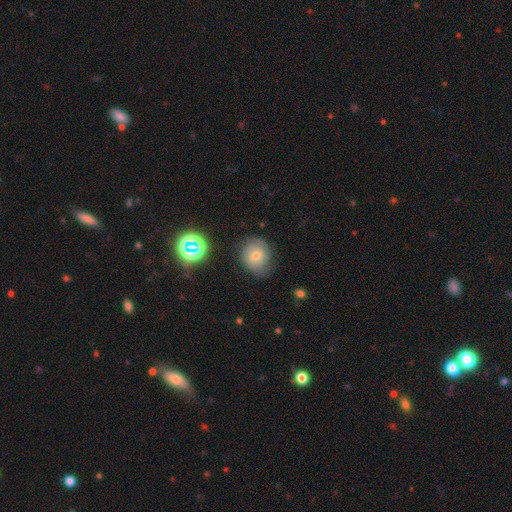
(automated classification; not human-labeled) smooth 53%, featured or disk 32%, star or artifact 16%. Down the decision tree: how rounded — round (72%); merging — none (67%).